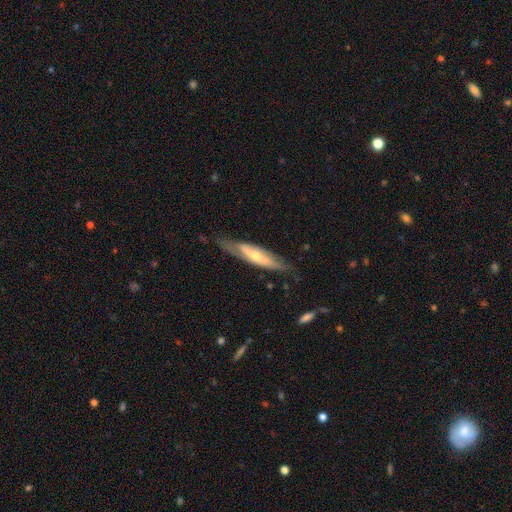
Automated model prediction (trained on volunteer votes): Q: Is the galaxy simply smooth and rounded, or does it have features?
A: featured or disk — 61%.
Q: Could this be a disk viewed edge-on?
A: yes — 61%.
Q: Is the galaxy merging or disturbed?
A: none — 71%.